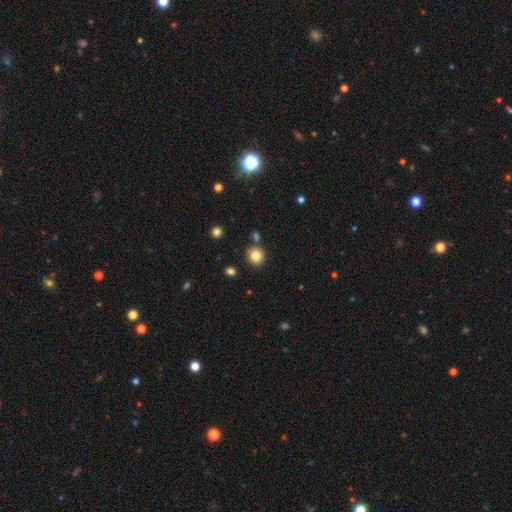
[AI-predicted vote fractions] Smooth or featured? smooth (82%)
How rounded? round (90%)
Merging? none (82%)